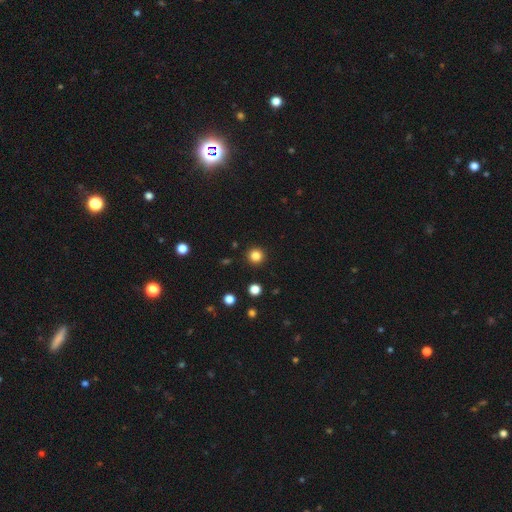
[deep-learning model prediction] Q: Smooth or featured?
A: smooth (84%); runner-up: star or artifact (12%)
Q: How rounded?
A: round (95%); runner-up: in between (4%)
Q: Merging?
A: none (93%); runner-up: minor disturbance (4%)